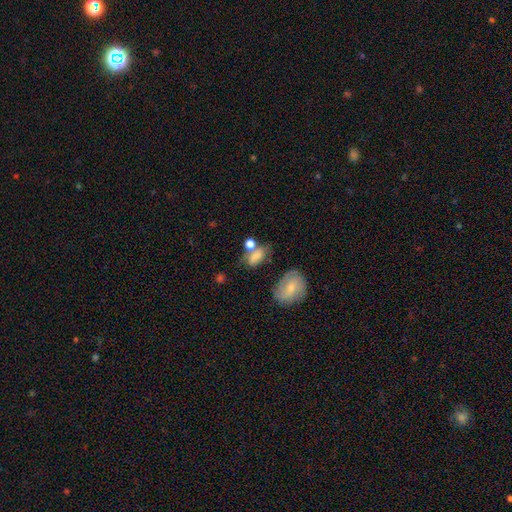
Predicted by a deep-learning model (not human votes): Smooth or featured: smooth — 73% (featured or disk — 17%)
How rounded: in between — 79% (round — 15%)
Merging: none — 40% (merger — 26%)